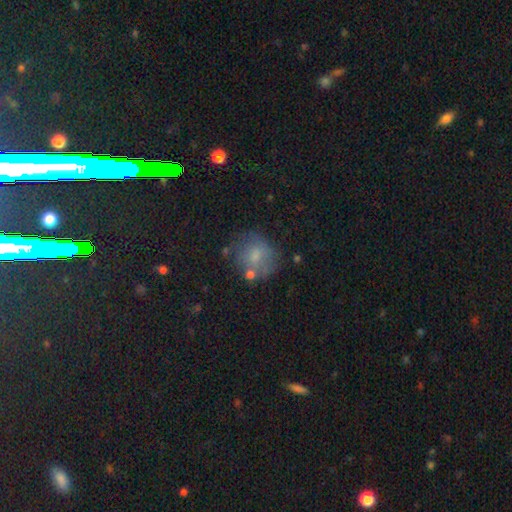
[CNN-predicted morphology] A smooth galaxy with no disk features (64%) that is round (76%).

Vote fractions:
- Smooth or featured? smooth: 64% / featured or disk: 24% / star or artifact: 12%
- How rounded? round: 76% / in between: 23% / cigar-shaped: 1%
- Merging? none: 58% / minor disturbance: 21% / major disturbance: 11% / merger: 9%